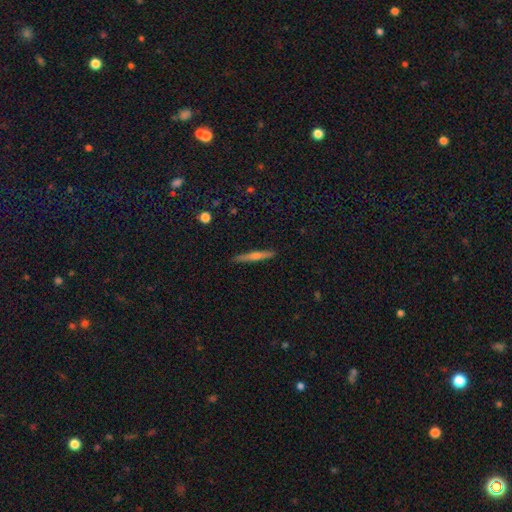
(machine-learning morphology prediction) This appears to be a featured or disk galaxy (62%) viewed edge-on (97%) with a rounded central bulge (75%). Merging: none (91%).